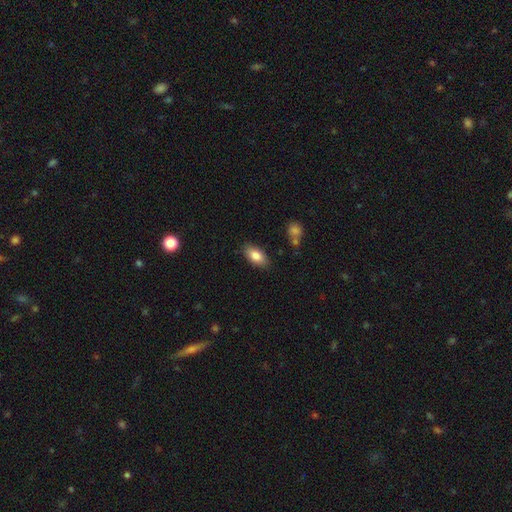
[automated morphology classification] This appears to be a smooth galaxy with no disk features (84%) that is in between round and cigar-shaped (91%). Merging: none (85%).